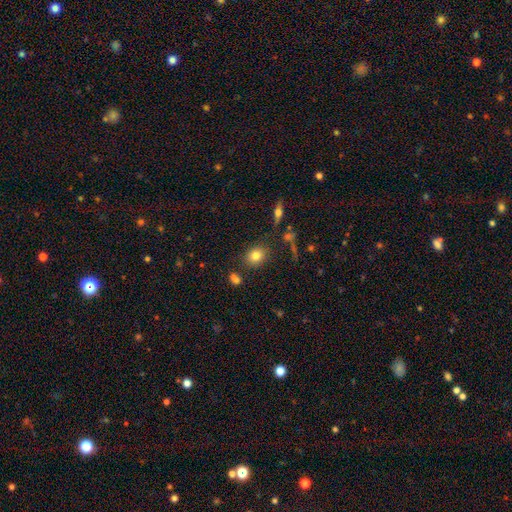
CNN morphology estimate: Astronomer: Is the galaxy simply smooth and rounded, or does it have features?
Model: smooth — 80%.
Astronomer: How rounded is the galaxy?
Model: round — 57% (runner-up: in between, 42%).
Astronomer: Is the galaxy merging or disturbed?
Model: none — 82%.